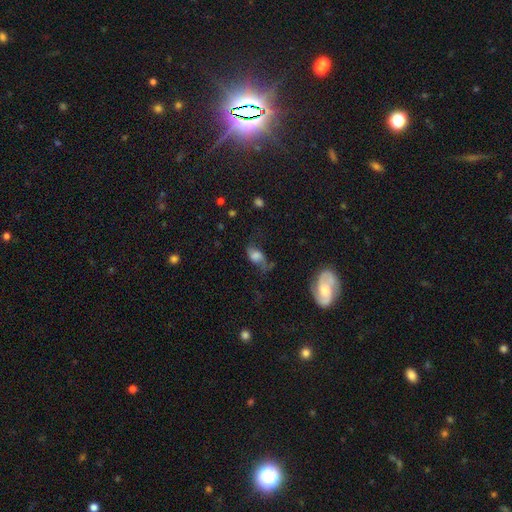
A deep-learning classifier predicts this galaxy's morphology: Smooth or featured? Predicted: smooth (p=0.50). How rounded? Predicted: in between (p=0.79). Merging? Predicted: none (p=0.38).